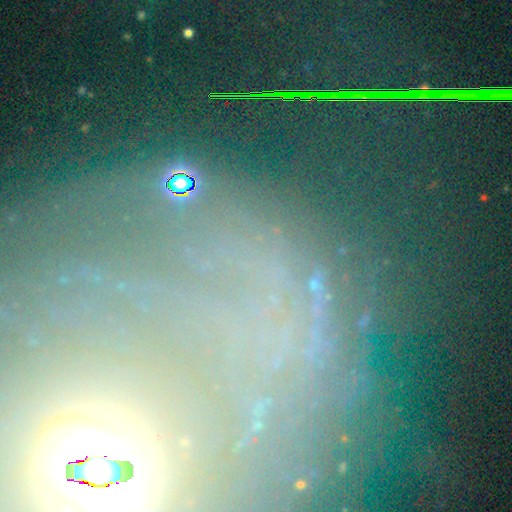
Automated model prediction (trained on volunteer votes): Q: Smooth or featured?
A: star or artifact (62%); runner-up: featured or disk (24%)